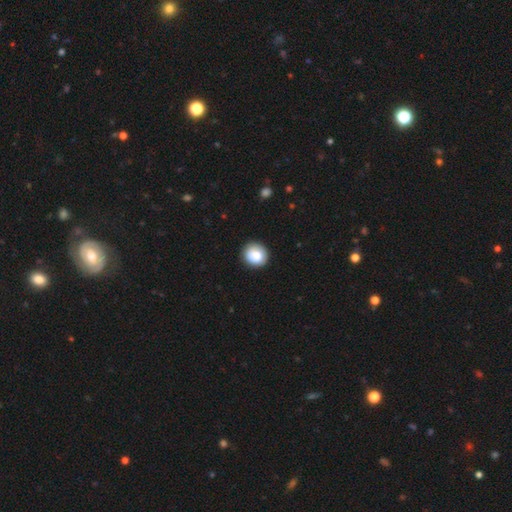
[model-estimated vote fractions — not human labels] Smooth or featured?
  - smooth: 84% *
  - star or artifact: 9%
  - featured or disk: 7%
How rounded?
  - round: 87% *
  - in between: 12%
  - cigar-shaped: 1%
Merging?
  - none: 87% *
  - minor disturbance: 10%
  - major disturbance: 2%
  - merger: 1%